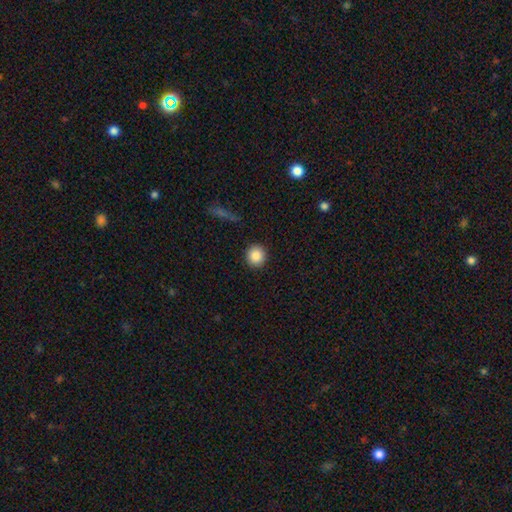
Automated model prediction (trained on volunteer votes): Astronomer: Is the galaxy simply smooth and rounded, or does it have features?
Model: smooth — 87%.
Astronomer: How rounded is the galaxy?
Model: round — 93%.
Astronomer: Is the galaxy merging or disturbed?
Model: none — 92%.